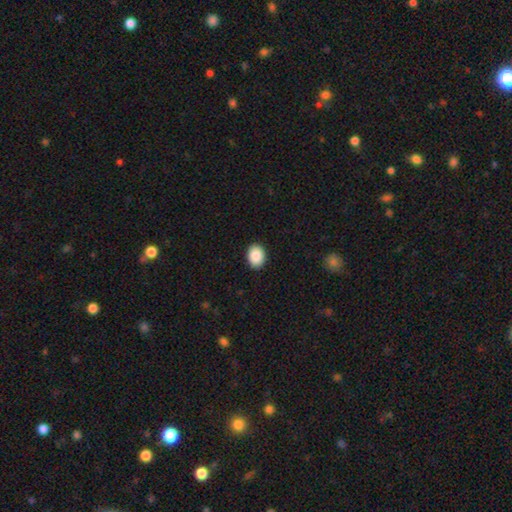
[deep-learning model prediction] A smooth galaxy with no disk features (89%) that is in between round and cigar-shaped (69%). Merging: none (91%).